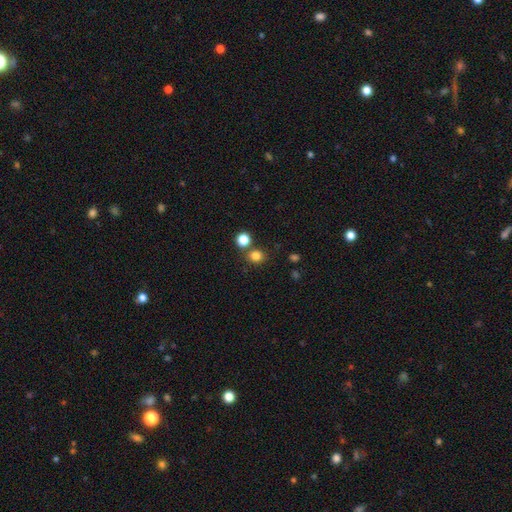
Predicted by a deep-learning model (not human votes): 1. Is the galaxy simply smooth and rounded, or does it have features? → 81% smooth, 14% star or artifact, 5% featured or disk.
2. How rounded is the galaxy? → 81% round, 18% in between, 1% cigar-shaped.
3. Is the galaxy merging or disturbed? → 73% none, 15% merger, 8% minor disturbance, 3% major disturbance.